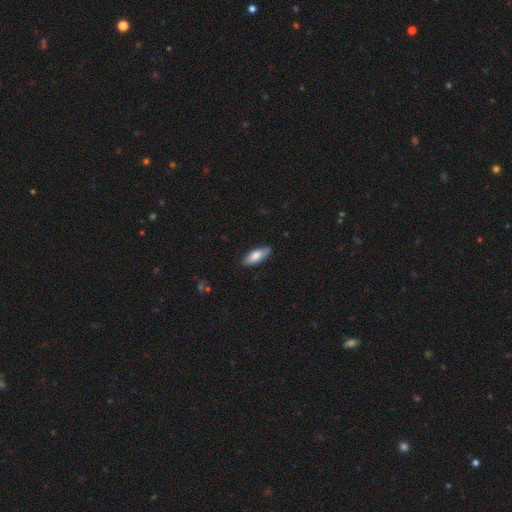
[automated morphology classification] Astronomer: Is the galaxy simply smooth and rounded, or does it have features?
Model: smooth — 73%.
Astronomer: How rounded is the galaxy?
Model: in between — 69%.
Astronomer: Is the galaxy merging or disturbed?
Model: none — 83%.